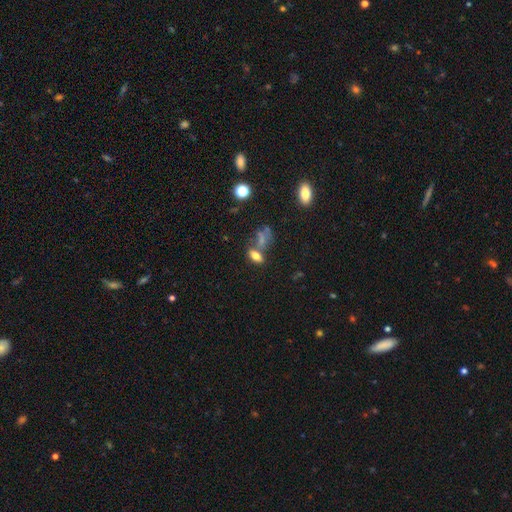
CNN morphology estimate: Smooth or featured? Predicted: smooth (p=0.69). How rounded? Predicted: in between (p=0.79). Merging? Predicted: none (p=0.50).